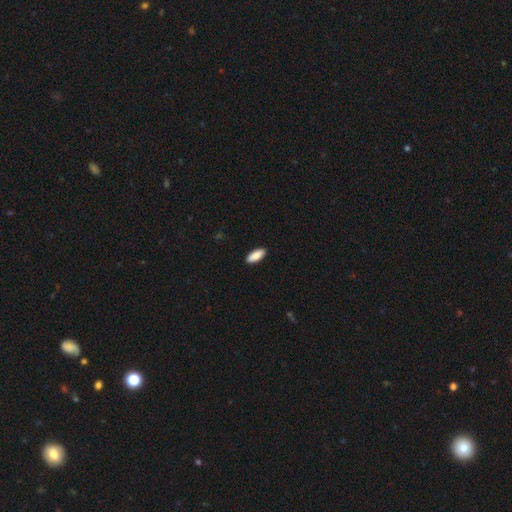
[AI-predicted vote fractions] smooth 88%, featured or disk 7%, star or artifact 6%. Down the decision tree: how rounded — in between (80%); merging — none (90%).